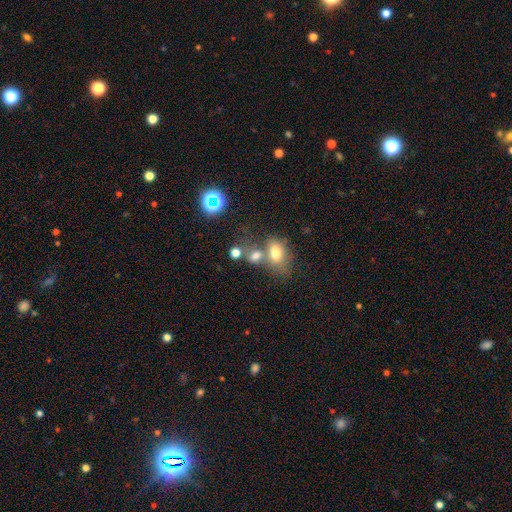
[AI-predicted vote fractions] A smooth galaxy with no disk features (71%) that is in between round and cigar-shaped (70%). Merging: merger (45%).